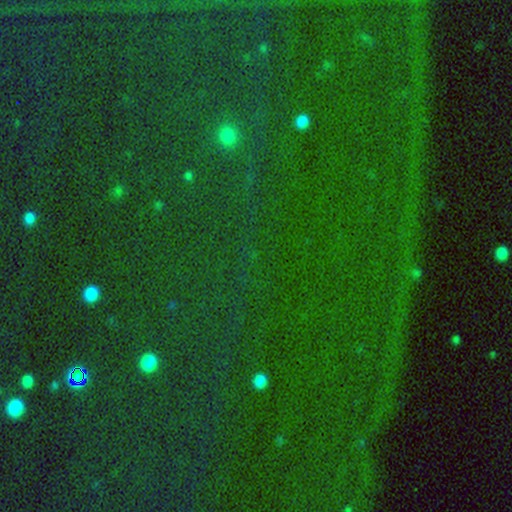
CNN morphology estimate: This is likely a star or artifact rather than a galaxy (80%).